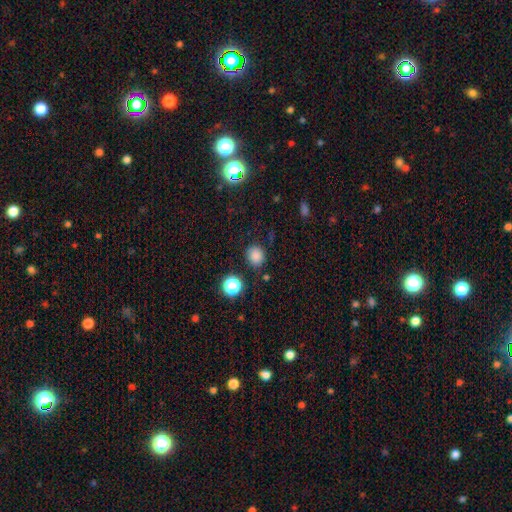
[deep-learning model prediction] Q: Smooth or featured?
A: smooth (81%); runner-up: star or artifact (14%)
Q: How rounded?
A: round (85%); runner-up: in between (14%)
Q: Merging?
A: none (83%); runner-up: minor disturbance (10%)